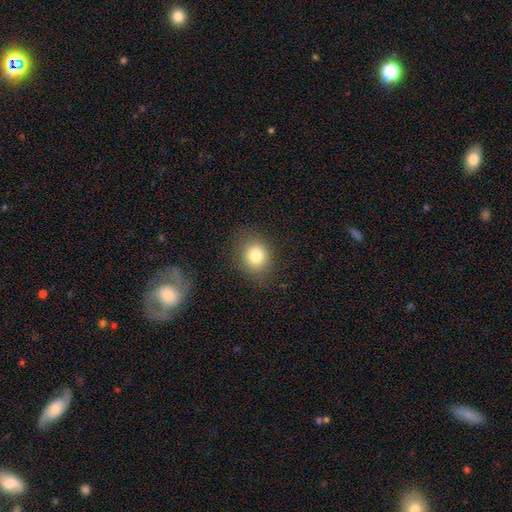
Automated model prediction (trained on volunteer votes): Q: Smooth or featured?
A: smooth (80%); runner-up: star or artifact (11%)
Q: How rounded?
A: round (67%); runner-up: in between (32%)
Q: Merging?
A: none (84%); runner-up: minor disturbance (11%)